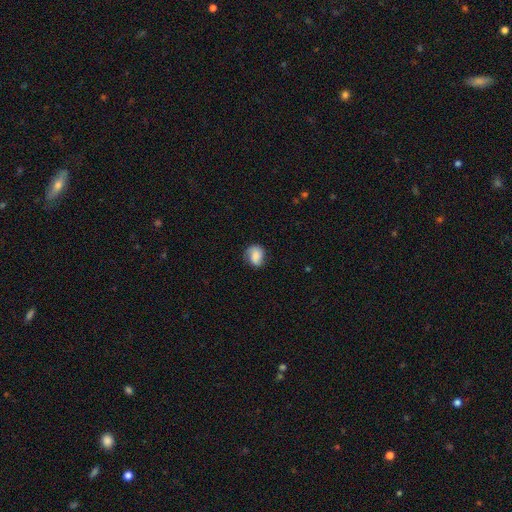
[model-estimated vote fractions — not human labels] Smooth or featured?
  - smooth: 71% *
  - featured or disk: 20%
  - star or artifact: 9%
How rounded?
  - round: 54% *
  - in between: 44%
  - cigar-shaped: 1%
Merging?
  - none: 65% *
  - minor disturbance: 25%
  - major disturbance: 8%
  - merger: 1%